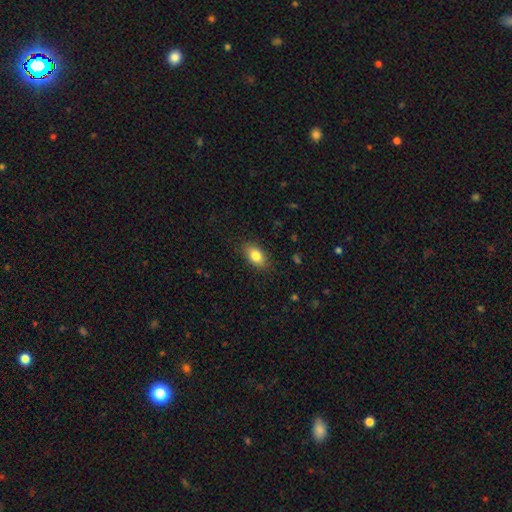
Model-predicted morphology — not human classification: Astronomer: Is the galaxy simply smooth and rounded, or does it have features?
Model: smooth — 83%.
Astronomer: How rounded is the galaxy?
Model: in between — 89%.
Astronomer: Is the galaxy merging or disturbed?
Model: none — 85%.